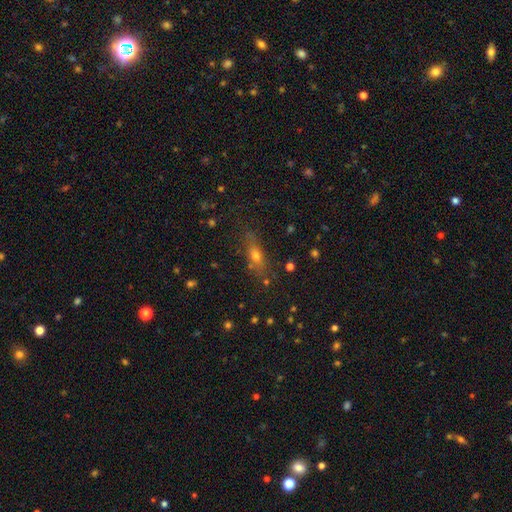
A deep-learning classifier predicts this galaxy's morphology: A smooth galaxy with no disk features (58%) that is in between round and cigar-shaped (48%).

Vote fractions:
- Smooth or featured? smooth: 58% / featured or disk: 23% / star or artifact: 19%
- How rounded? in between: 48% / cigar-shaped: 41% / round: 11%
- Merging? none: 75% / minor disturbance: 16% / major disturbance: 6% / merger: 4%